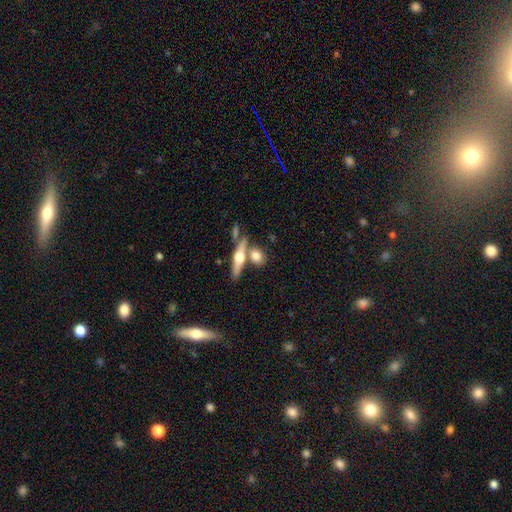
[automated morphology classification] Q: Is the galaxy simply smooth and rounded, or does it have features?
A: smooth — 56%.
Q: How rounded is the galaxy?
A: in between — 41%.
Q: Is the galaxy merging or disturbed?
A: none — 59%.